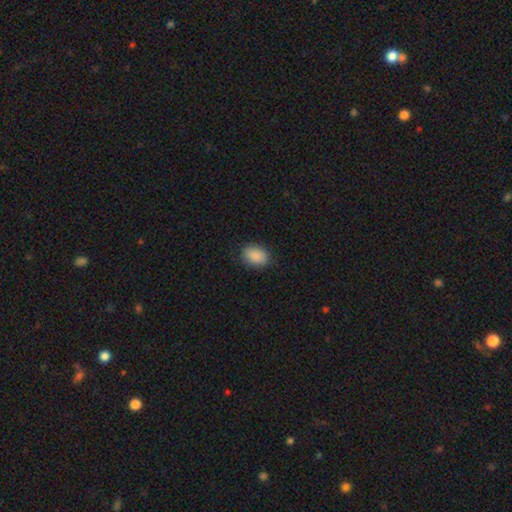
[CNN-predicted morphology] A smooth galaxy with no disk features (89%) that is in between round and cigar-shaped (76%).

Vote fractions:
- Smooth or featured? smooth: 89% / star or artifact: 7% / featured or disk: 4%
- How rounded? in between: 76% / round: 23% / cigar-shaped: 1%
- Merging? none: 85% / minor disturbance: 11% / major disturbance: 3% / merger: 1%